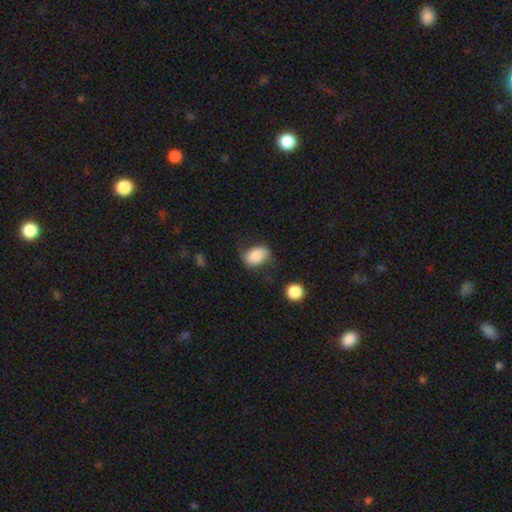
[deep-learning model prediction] This is clearly a smooth galaxy (81%). How rounded: clearly in between (81%). Merging: possibly none (59%).